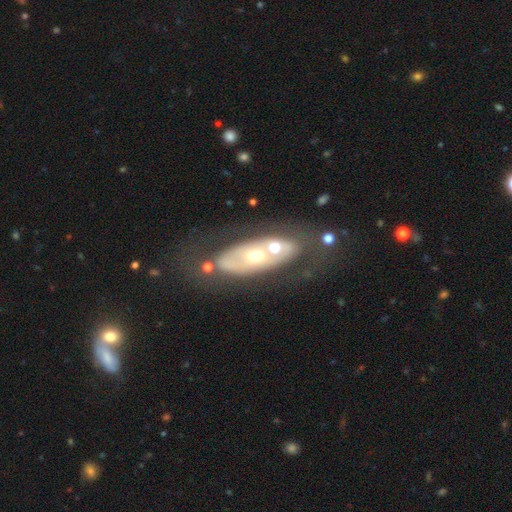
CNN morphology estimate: Smooth or featured?
  - featured or disk: 63% *
  - smooth: 30%
  - star or artifact: 7%
Edge-on disk?
  - no: 85% *
  - yes: 15%
Bar?
  - no: 88% *
  - weak: 7%
  - strong: 4%
Spiral arms?
  - no: 83% *
  - yes: 17%
Bulge size?
  - moderate: 64% *
  - small: 25%
  - large: 8%
  - dominant: 2%
  - none: 2%
Merging?
  - none: 56% *
  - merger: 16%
  - minor disturbance: 15%
  - major disturbance: 13%